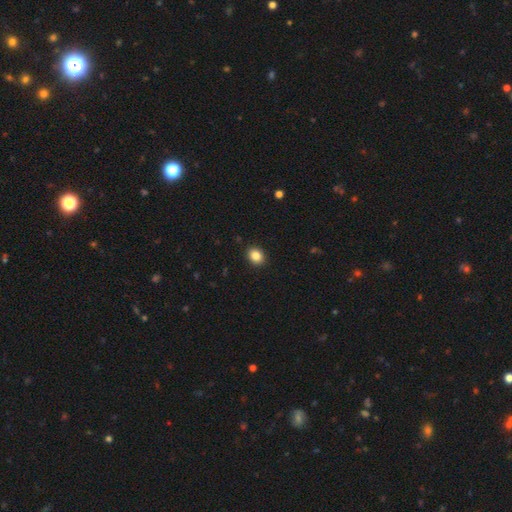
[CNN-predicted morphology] smooth_or_featured: smooth (p=0.86) [alt: star or artifact p=0.09]
how_rounded: round (p=0.51) [alt: in between p=0.48]
merging: none (p=0.91) [alt: minor disturbance p=0.06]